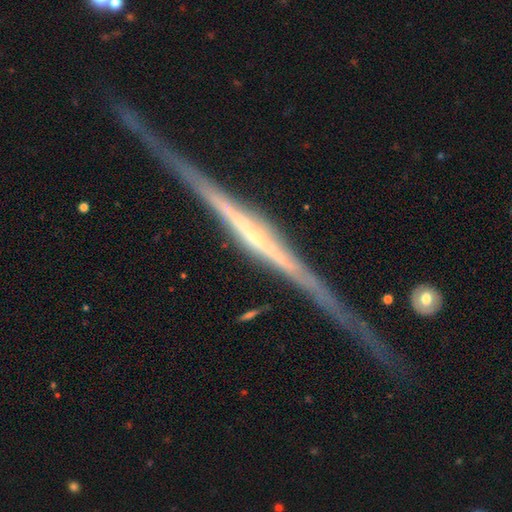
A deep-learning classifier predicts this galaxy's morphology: smooth_or_featured: featured or disk (p=0.88) [alt: smooth p=0.07]
disk_edge_on: yes (p=0.98) [alt: no p=0.02]
edge_on_bulge: none (p=0.40) [alt: rounded p=0.37]
merging: none (p=0.83) [alt: minor disturbance p=0.12]